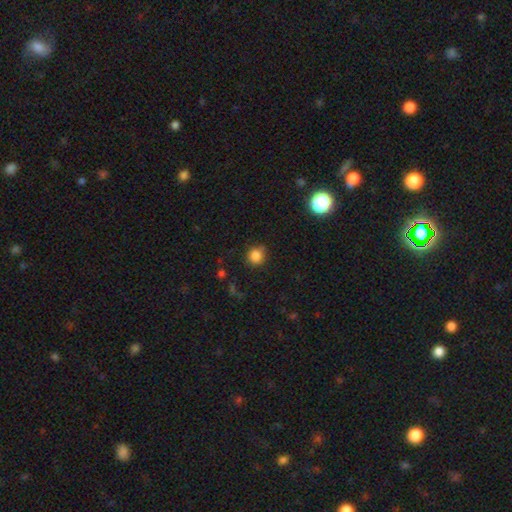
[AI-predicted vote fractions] This is clearly a smooth galaxy (84%). How rounded: clearly round (90%). Merging: likely none (80%).